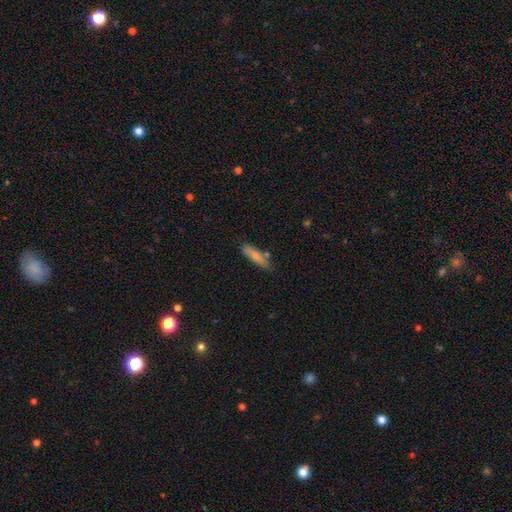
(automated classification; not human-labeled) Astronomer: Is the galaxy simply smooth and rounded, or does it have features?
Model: smooth — 78%.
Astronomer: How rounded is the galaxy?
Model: cigar-shaped — 66%.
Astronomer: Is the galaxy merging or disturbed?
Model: none — 72%.